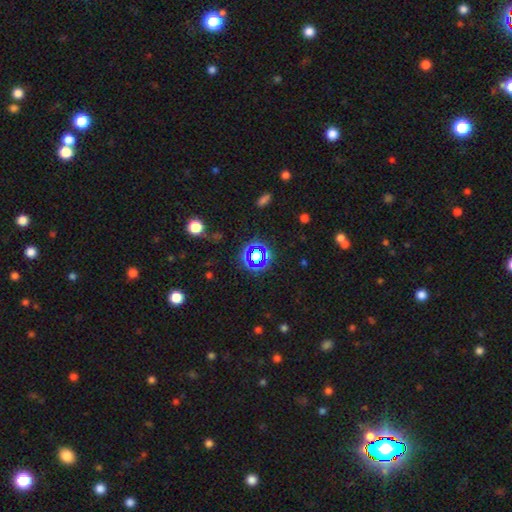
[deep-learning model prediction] This appears to be a star or artifact, not a galaxy (67%).